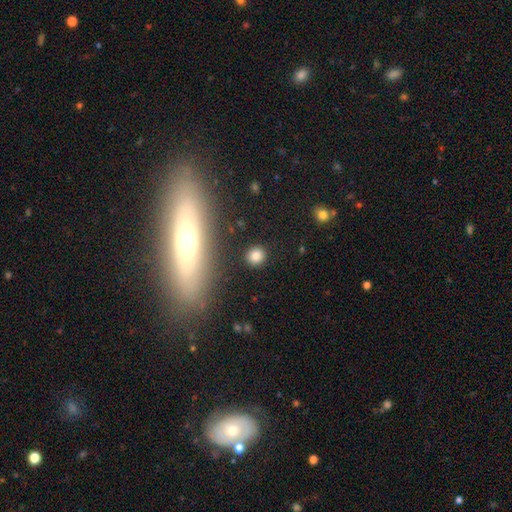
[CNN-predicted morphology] Smooth or featured? Predicted: smooth (p=0.81). How rounded? Predicted: round (p=0.87). Merging? Predicted: none (p=0.90).